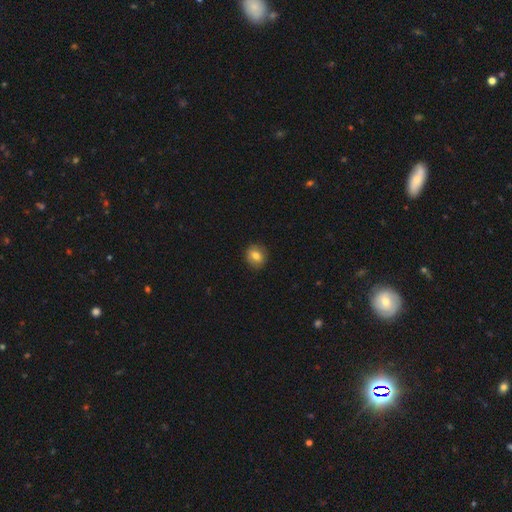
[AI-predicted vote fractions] Smooth or featured? smooth (78%)
How rounded? round (79%)
Merging? none (88%)